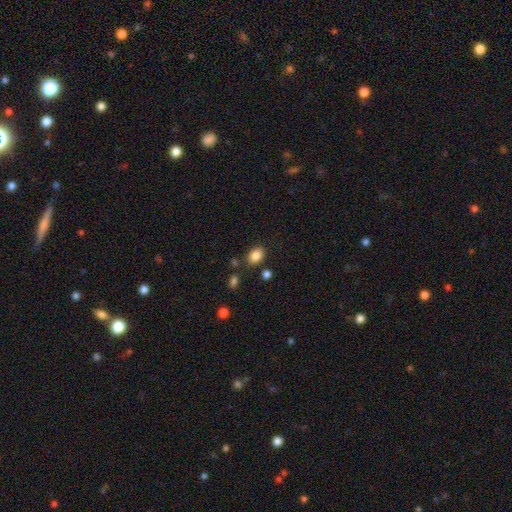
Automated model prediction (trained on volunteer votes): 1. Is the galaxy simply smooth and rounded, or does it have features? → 85% smooth, 9% star or artifact, 6% featured or disk.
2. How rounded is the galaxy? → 75% in between, 24% round, 1% cigar-shaped.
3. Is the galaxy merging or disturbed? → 79% none, 12% minor disturbance, 6% merger, 3% major disturbance.